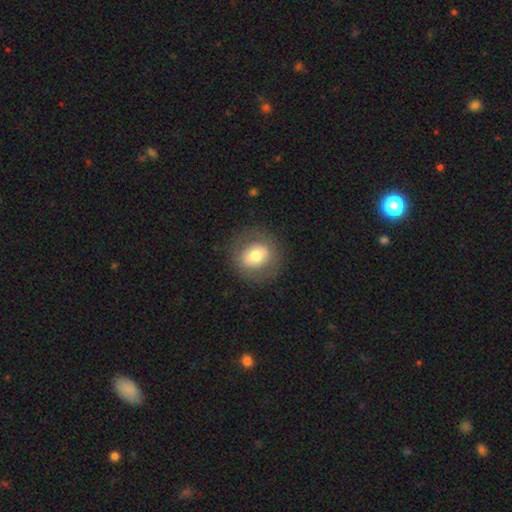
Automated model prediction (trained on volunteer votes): Overall: smooth (64%; featured or disk 27%). How rounded: round (79%). Merging: none (84%).